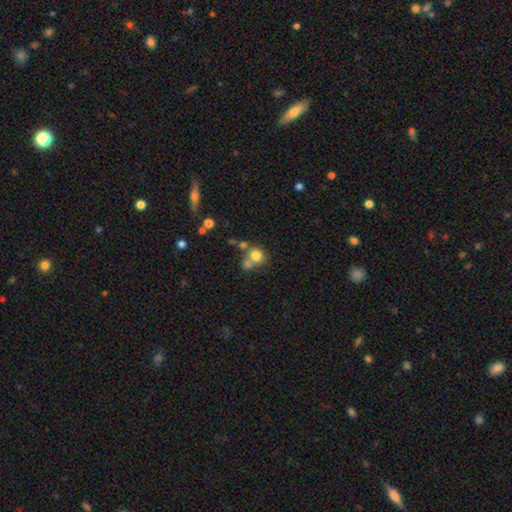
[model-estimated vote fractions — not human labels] The model was most divided on "merging": none: 47%, merger: 39%, minor disturbance: 9%, major disturbance: 5%. More confident: how rounded — round (82%); smooth or featured — smooth (75%).